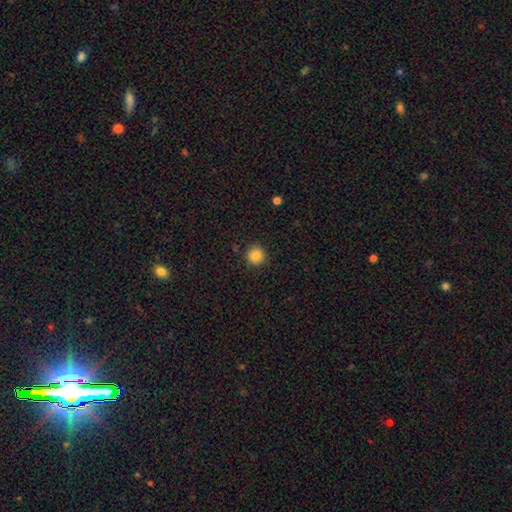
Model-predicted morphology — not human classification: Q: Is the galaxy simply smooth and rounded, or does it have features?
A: smooth — 86%.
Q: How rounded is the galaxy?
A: round — 93%.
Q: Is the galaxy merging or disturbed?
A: none — 90%.